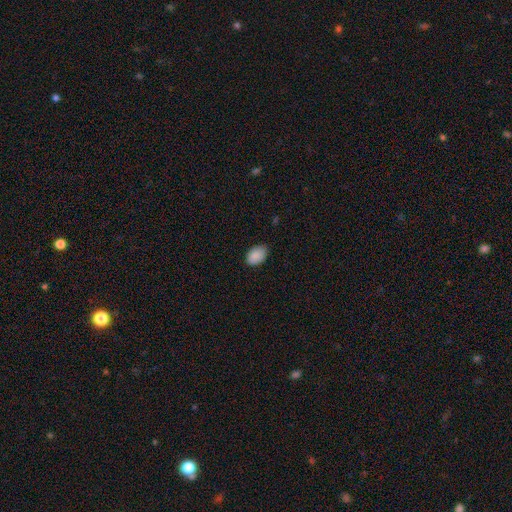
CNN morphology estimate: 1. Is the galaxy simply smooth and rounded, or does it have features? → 89% smooth, 7% star or artifact, 4% featured or disk.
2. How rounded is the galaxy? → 87% in between, 12% round, 1% cigar-shaped.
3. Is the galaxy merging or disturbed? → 80% none, 17% minor disturbance, 2% major disturbance, 1% merger.